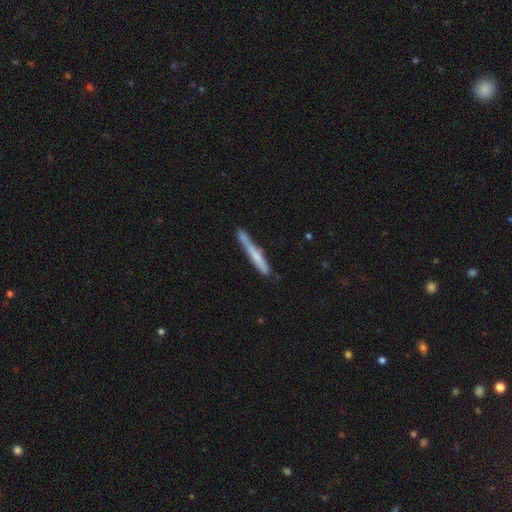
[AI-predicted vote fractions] The model was most divided on "smooth or featured": smooth: 58%, featured or disk: 36%, star or artifact: 6%. More confident: how rounded — cigar-shaped (96%); merging — none (67%).